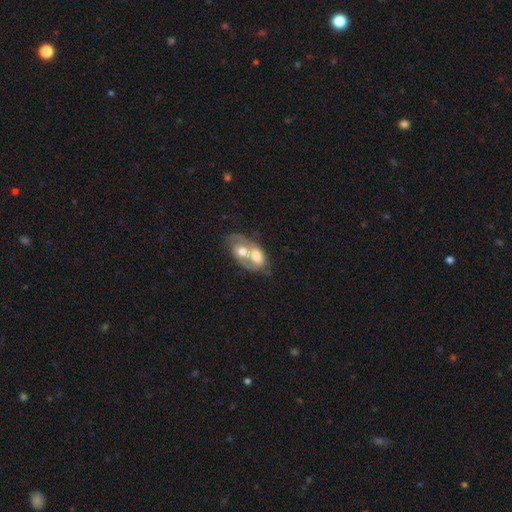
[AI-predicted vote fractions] Morphology: type=smooth (48%); merging=merger (77%).